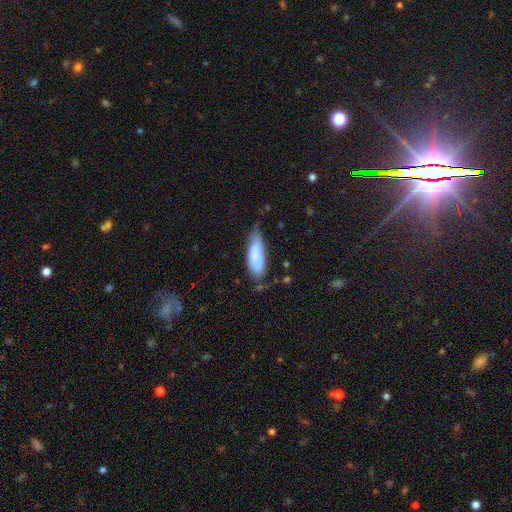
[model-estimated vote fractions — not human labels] smooth-or-featured: smooth: 73% | featured or disk: 21% | star or artifact: 7%
  how-rounded: in between: 61% | cigar-shaped: 37% | round: 2%
  merging: none: 46% | minor disturbance: 39% | major disturbance: 10% | merger: 5%